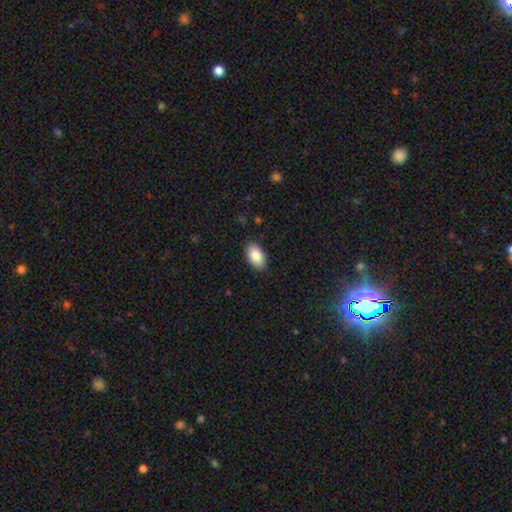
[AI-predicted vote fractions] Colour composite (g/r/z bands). It shows a smooth galaxy with no disk features (85%) that is in between round and cigar-shaped (95%). Merging: none (88%).